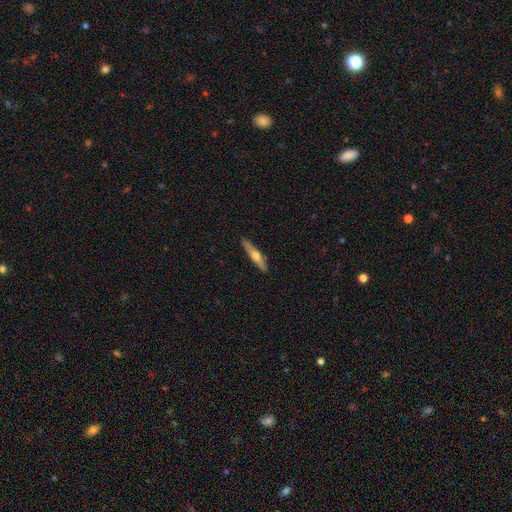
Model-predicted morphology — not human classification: smooth-or-featured: featured or disk: 52% | smooth: 43% | star or artifact: 6%
  disk-edge-on: yes: 93% | no: 7%
  merging: none: 90% | minor disturbance: 7% | major disturbance: 1% | merger: 1%